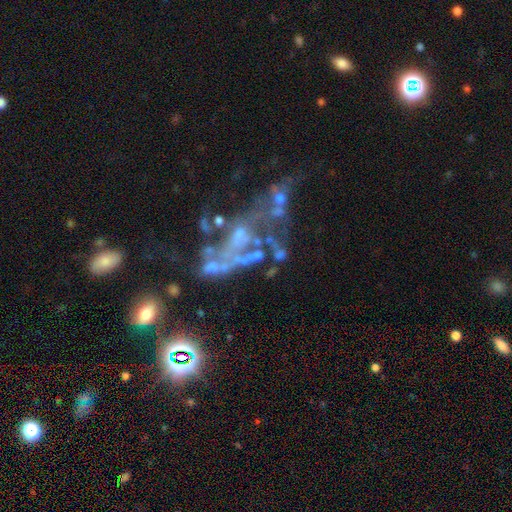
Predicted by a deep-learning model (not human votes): Smooth or featured?
  - featured or disk: 58% *
  - smooth: 21%
  - star or artifact: 21%
Edge-on disk?
  - no: 97% *
  - yes: 3%
Bar?
  - no: 91% *
  - weak: 6%
  - strong: 3%
Spiral arms?
  - no: 89% *
  - yes: 11%
Bulge size?
  - none: 73% *
  - small: 12%
  - moderate: 10%
  - large: 3%
  - dominant: 2%
Merging?
  - merger: 38% *
  - major disturbance: 32%
  - none: 20%
  - minor disturbance: 10%